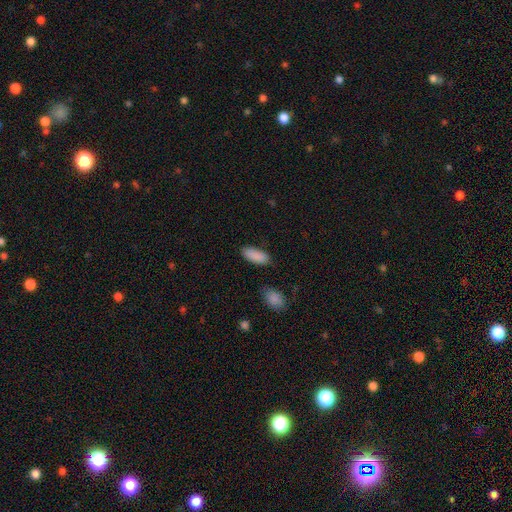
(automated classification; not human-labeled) Morphology: type=smooth (89%); roundness=in between (82%); merging=none (84%).